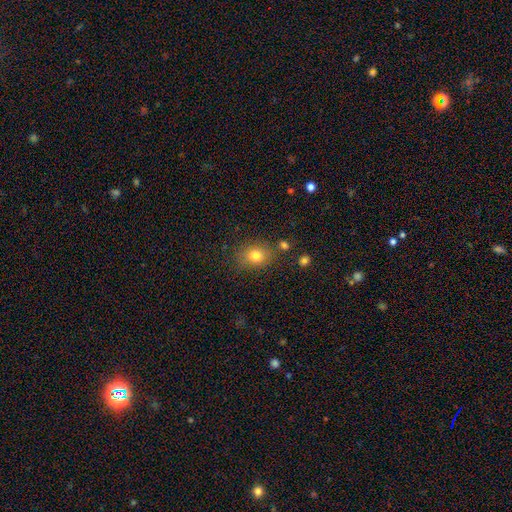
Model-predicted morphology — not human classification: A smooth galaxy with no disk features (78%) that is round (53%).

Vote fractions:
- Smooth or featured? smooth: 78% / star or artifact: 12% / featured or disk: 9%
- How rounded? round: 53% / in between: 46% / cigar-shaped: 1%
- Merging? none: 78% / minor disturbance: 13% / merger: 5% / major disturbance: 4%